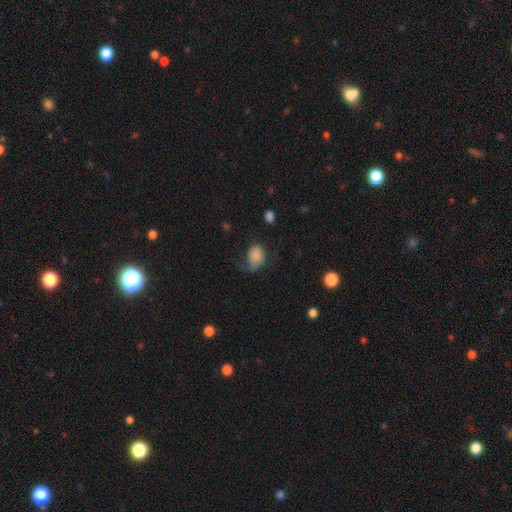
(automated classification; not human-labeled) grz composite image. It shows a smooth galaxy with no disk features (77%) that is in between round and cigar-shaped (71%). Merging: none (36%).